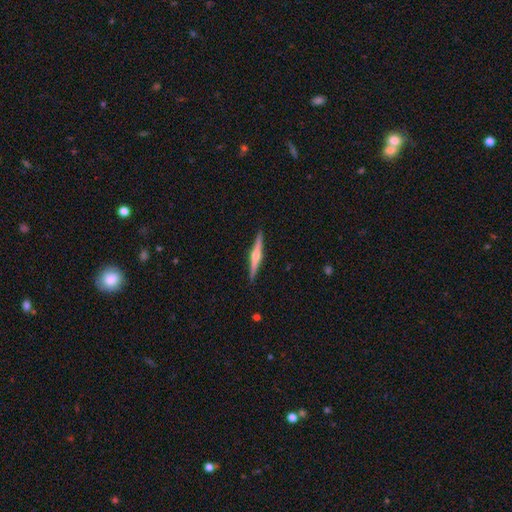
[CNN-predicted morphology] This is likely a featured or disk galaxy (75%). It is clearly viewed edge-on (98%). Edge-on bulge: clearly rounded (91%). Merging: clearly none (92%).